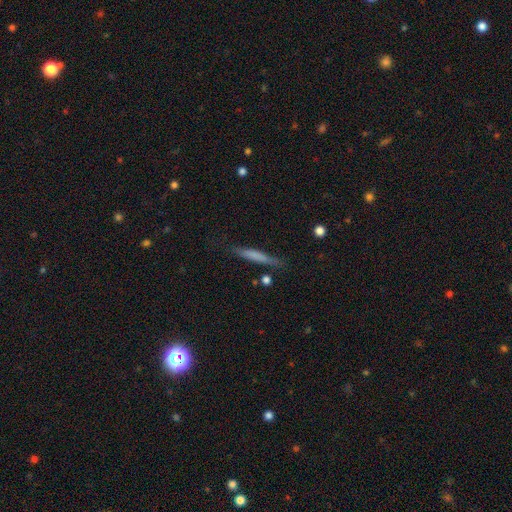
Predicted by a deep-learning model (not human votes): Smooth or featured? smooth (63%)
How rounded? cigar-shaped (93%)
Merging? none (78%)